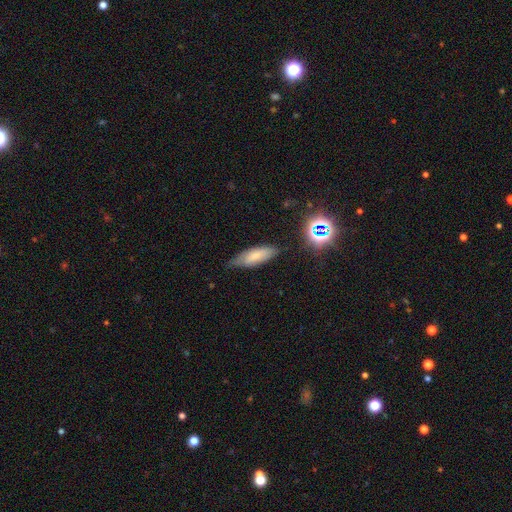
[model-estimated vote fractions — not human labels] Smooth or featured?
  - smooth: 69% *
  - featured or disk: 20%
  - star or artifact: 11%
How rounded?
  - in between: 66% *
  - cigar-shaped: 31%
  - round: 2%
Merging?
  - none: 60% *
  - minor disturbance: 31%
  - major disturbance: 7%
  - merger: 2%